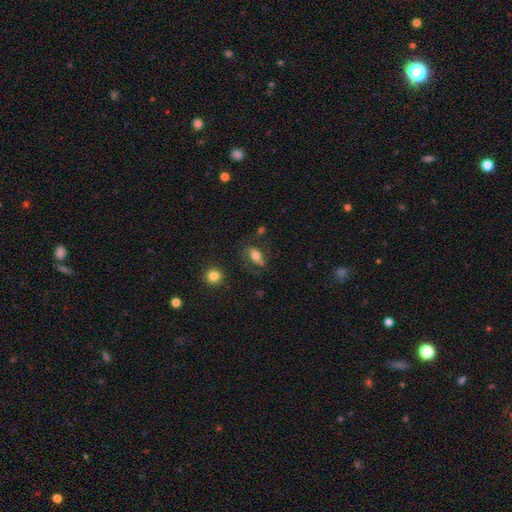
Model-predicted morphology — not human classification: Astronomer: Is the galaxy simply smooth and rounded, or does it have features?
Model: smooth — 61%.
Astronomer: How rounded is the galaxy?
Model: in between — 81%.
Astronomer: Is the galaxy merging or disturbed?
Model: none — 63%.